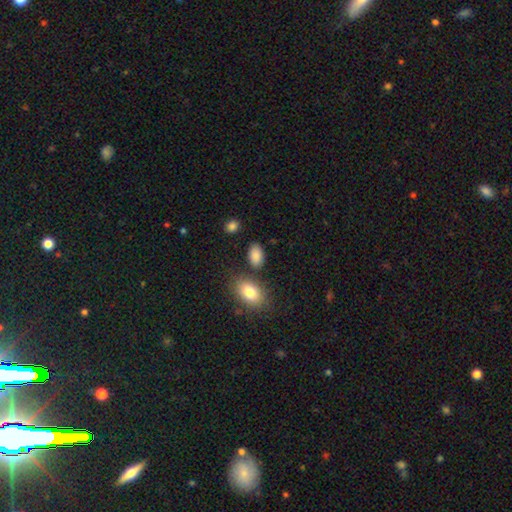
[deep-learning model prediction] smooth-or-featured: smooth: 87% | star or artifact: 8% | featured or disk: 5%
  how-rounded: in between: 91% | round: 7% | cigar-shaped: 2%
  merging: none: 79% | minor disturbance: 12% | merger: 6% | major disturbance: 3%